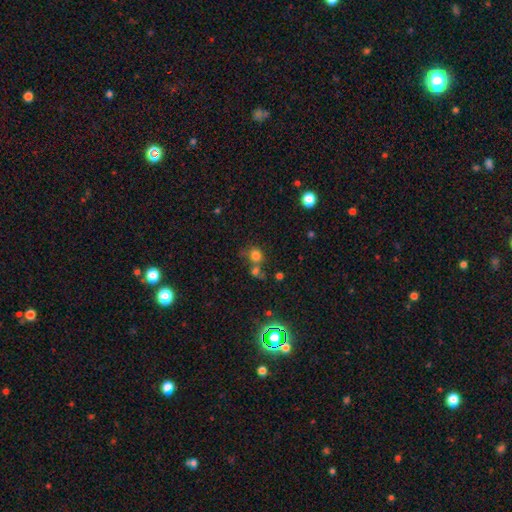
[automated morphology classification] Overall: smooth (72%). How rounded: round (74%). Merging: none (50%; merger 31%).